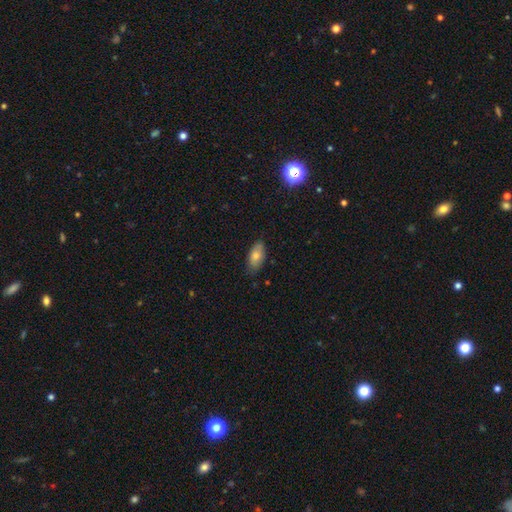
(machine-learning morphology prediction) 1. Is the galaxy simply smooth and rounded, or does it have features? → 74% smooth, 17% featured or disk, 8% star or artifact.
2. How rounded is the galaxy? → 90% in between, 6% cigar-shaped, 3% round.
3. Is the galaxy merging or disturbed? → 81% none, 16% minor disturbance, 2% major disturbance, 1% merger.